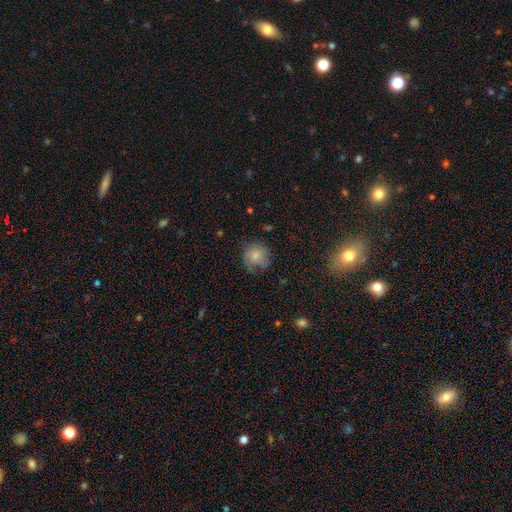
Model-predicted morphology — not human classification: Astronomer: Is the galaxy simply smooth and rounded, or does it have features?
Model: smooth — 71%.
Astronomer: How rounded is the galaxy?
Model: round — 84%.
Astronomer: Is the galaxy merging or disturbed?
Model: none — 59%.